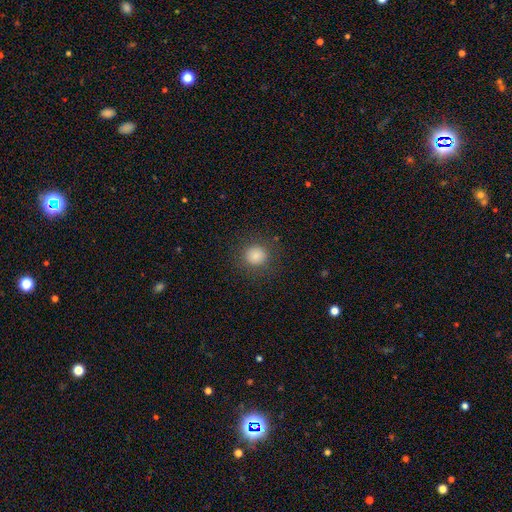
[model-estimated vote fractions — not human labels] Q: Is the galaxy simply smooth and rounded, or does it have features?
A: smooth — 84%.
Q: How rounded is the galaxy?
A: round — 90%.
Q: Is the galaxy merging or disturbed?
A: none — 88%.